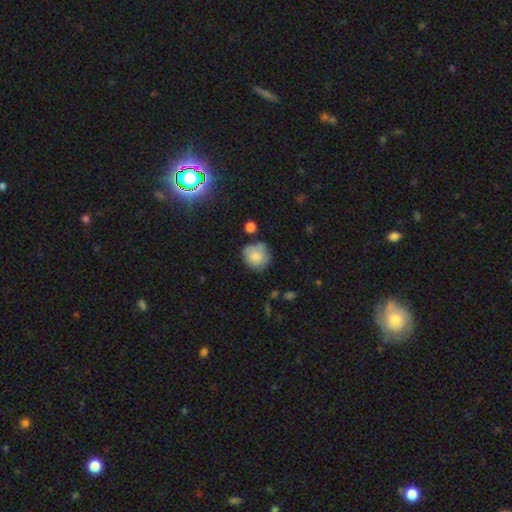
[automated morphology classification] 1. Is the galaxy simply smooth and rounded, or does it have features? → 79% smooth, 13% featured or disk, 8% star or artifact.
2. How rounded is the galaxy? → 85% round, 14% in between, 1% cigar-shaped.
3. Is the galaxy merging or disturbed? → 64% none, 22% minor disturbance, 8% merger, 6% major disturbance.